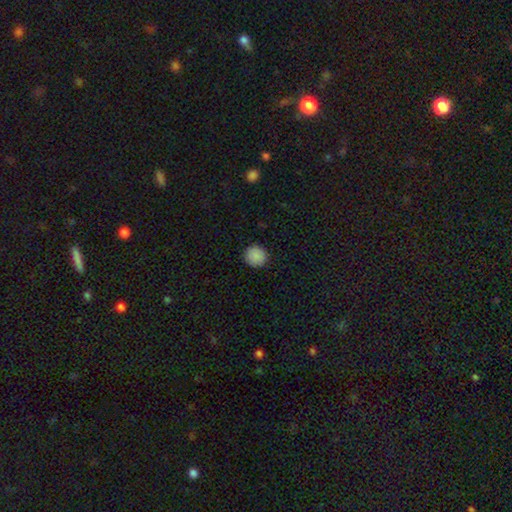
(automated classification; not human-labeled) The model was most divided on "smooth or featured": smooth: 89%, star or artifact: 8%, featured or disk: 3%. More confident: merging — none (91%); how rounded — round (90%).